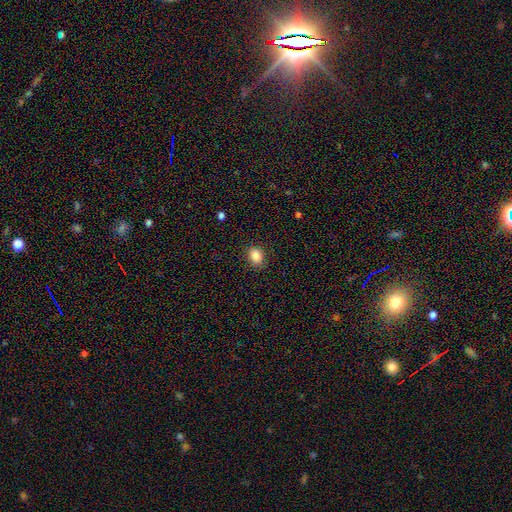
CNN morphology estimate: Overall: smooth (86%). How rounded: in between (51%; round 48%). Merging: none (88%).